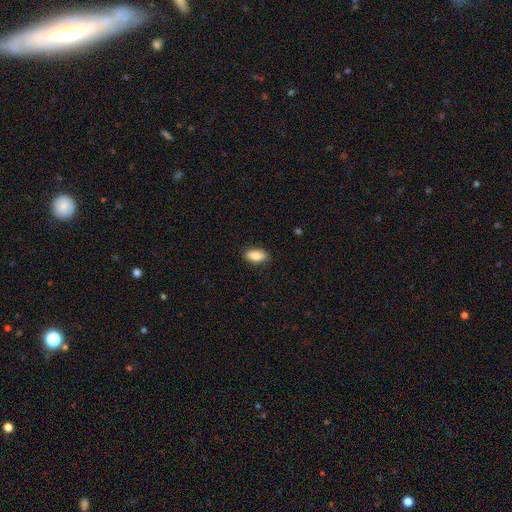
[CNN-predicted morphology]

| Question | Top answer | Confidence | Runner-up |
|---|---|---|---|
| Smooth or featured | smooth | 84% | featured or disk (9%) |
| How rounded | in between | 90% | cigar-shaped (7%) |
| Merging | none | 87% | minor disturbance (10%) |